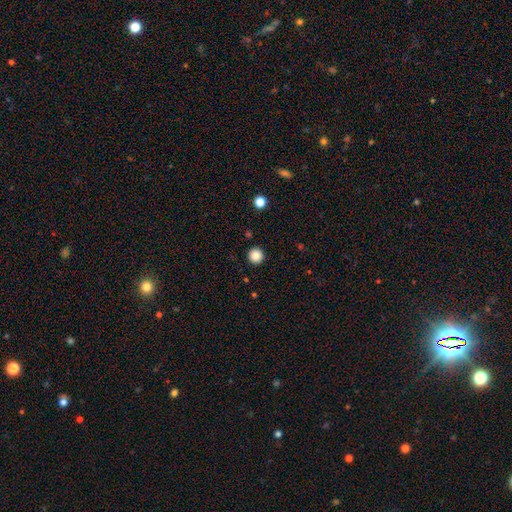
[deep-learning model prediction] Smooth or featured?
  - smooth: 86% *
  - star or artifact: 11%
  - featured or disk: 4%
How rounded?
  - round: 96% *
  - in between: 3%
  - cigar-shaped: 1%
Merging?
  - none: 93% *
  - minor disturbance: 4%
  - major disturbance: 2%
  - merger: 1%